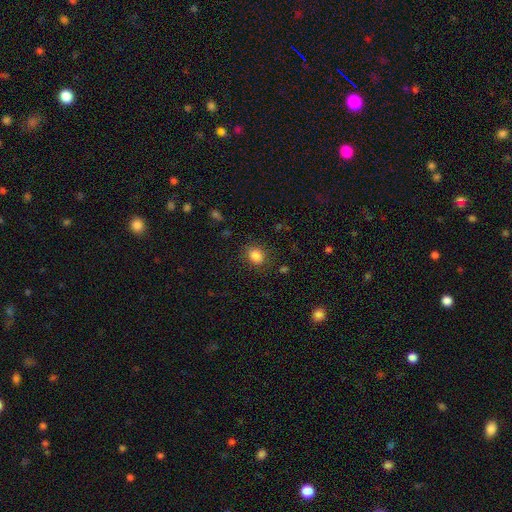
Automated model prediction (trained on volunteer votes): Overall: smooth (85%). How rounded: round (52%; in between 47%). Merging: none (82%).